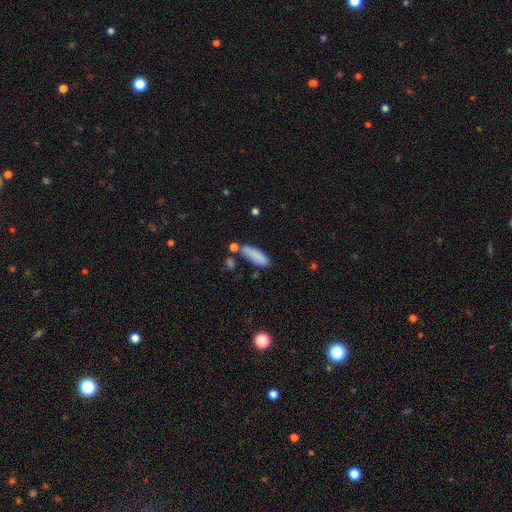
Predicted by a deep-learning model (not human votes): Morphology: type=smooth (84%); roundness=in between (51%); merging=none (63%).